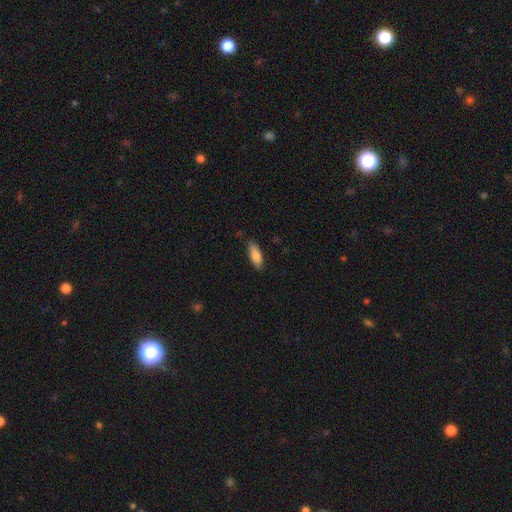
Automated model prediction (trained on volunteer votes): Q: Smooth or featured?
A: smooth (85%); runner-up: featured or disk (10%)
Q: How rounded?
A: in between (68%); runner-up: cigar-shaped (30%)
Q: Merging?
A: none (83%); runner-up: minor disturbance (13%)